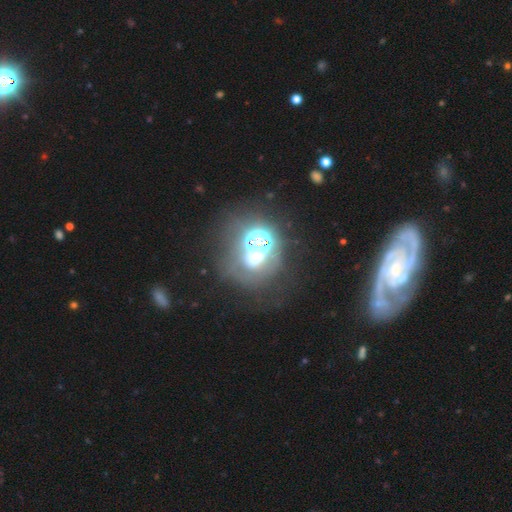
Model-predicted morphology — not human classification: This appears to be a star or artifact, not a galaxy (52%).